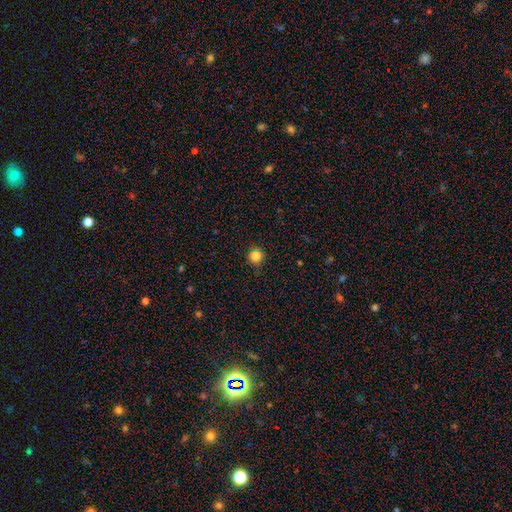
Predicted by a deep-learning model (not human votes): Q: Smooth or featured?
A: smooth (84%); runner-up: star or artifact (12%)
Q: How rounded?
A: round (94%); runner-up: in between (5%)
Q: Merging?
A: none (88%); runner-up: minor disturbance (8%)